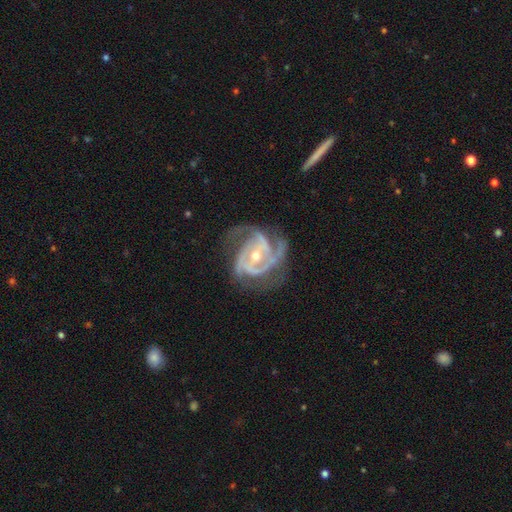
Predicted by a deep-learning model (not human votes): featured or disk 92%, star or artifact 5%, smooth 4%. Down the decision tree: edge-on disk — no (98%); bar — no (48%); spiral arms — yes (98%); spiral arm count — 3 (57%); spiral winding — tight (49%); bulge size — moderate (51%); merging — none (58%).